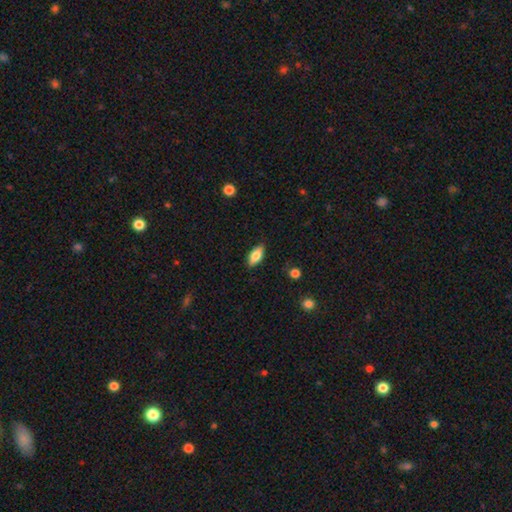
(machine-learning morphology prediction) A smooth galaxy with no disk features (77%) that is in between round and cigar-shaped (84%). Merging: none (86%).